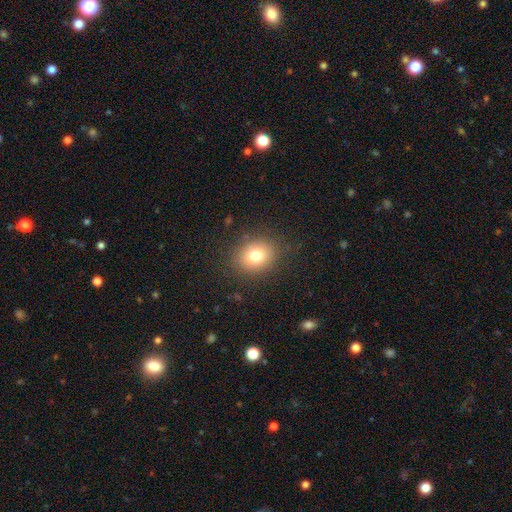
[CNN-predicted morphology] smooth-or-featured: smooth: 78% | star or artifact: 12% | featured or disk: 10%
  how-rounded: round: 60% | in between: 39% | cigar-shaped: 1%
  merging: none: 86% | minor disturbance: 9% | major disturbance: 4% | merger: 1%